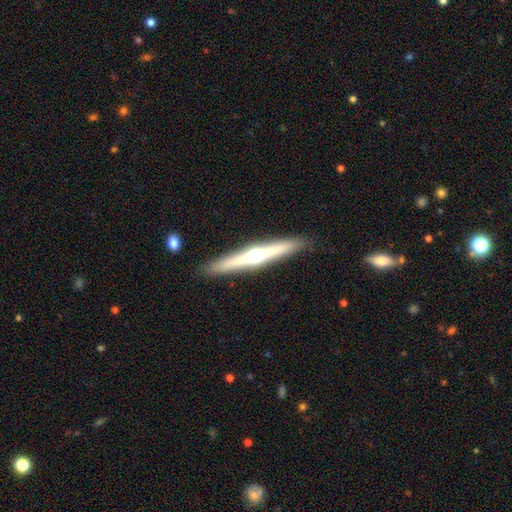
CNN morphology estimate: Smooth or featured?
  - featured or disk: 69% *
  - smooth: 26%
  - star or artifact: 6%
Edge-on disk?
  - yes: 97% *
  - no: 3%
Edge-on bulge?
  - rounded: 89% *
  - none: 7%
  - boxy: 4%
Merging?
  - none: 90% *
  - minor disturbance: 7%
  - major disturbance: 2%
  - merger: 1%